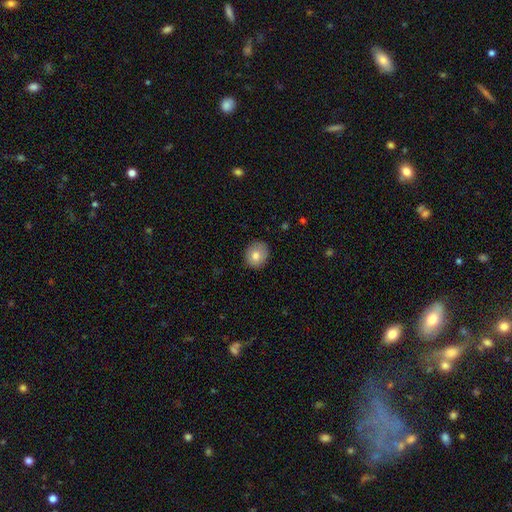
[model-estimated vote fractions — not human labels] Overall: smooth (79%). How rounded: round (71%). Merging: none (83%).